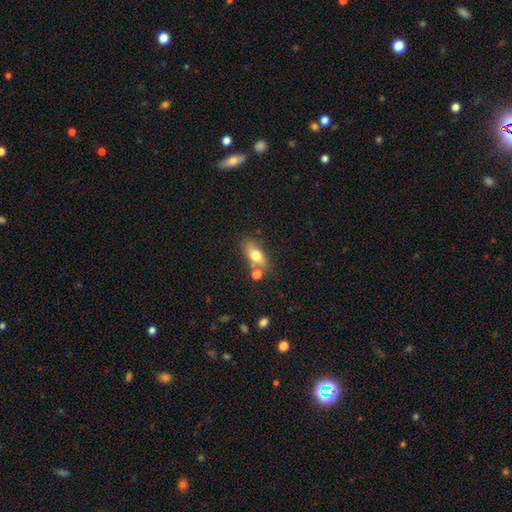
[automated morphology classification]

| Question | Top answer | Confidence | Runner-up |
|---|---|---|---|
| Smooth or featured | smooth | 71% | featured or disk (21%) |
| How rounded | in between | 71% | cigar-shaped (23%) |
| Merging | none | 63% | merger (17%) |